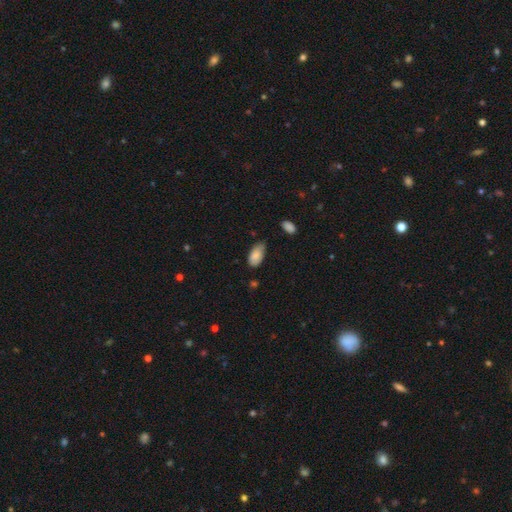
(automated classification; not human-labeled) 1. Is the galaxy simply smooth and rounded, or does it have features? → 85% smooth, 8% featured or disk, 7% star or artifact.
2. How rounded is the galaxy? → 94% in between, 3% round, 3% cigar-shaped.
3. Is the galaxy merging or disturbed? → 52% none, 38% minor disturbance, 7% major disturbance, 2% merger.